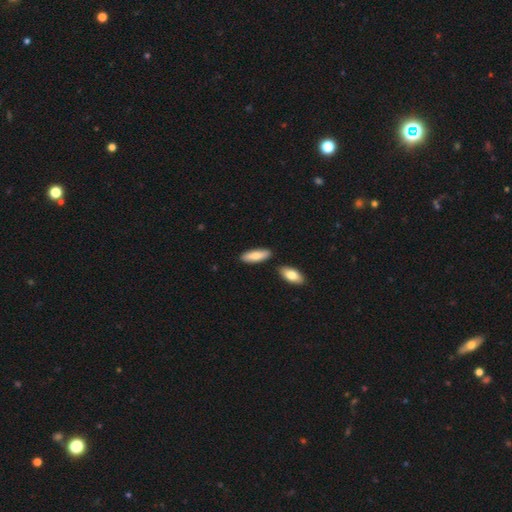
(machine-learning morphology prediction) This appears to be a smooth galaxy with no disk features (80%) that is in between round and cigar-shaped (64%). Merging: none (82%).